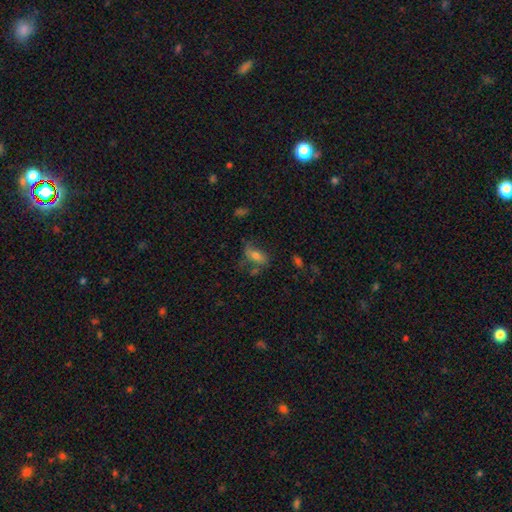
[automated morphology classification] smooth-or-featured: smooth: 59% | featured or disk: 28% | star or artifact: 13%
  how-rounded: in between: 80% | cigar-shaped: 12% | round: 8%
  merging: none: 48% | minor disturbance: 25% | major disturbance: 18% | merger: 9%